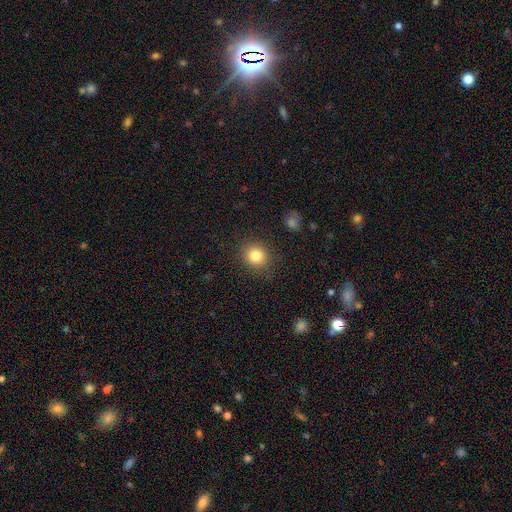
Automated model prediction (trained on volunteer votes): This appears to be a smooth galaxy with no disk features (83%) that is round (82%). Merging: none (86%).